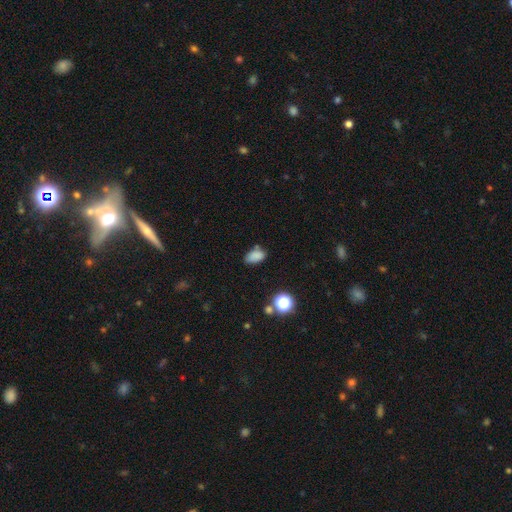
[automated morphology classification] Overall: smooth (82%). How rounded: in between (88%). Merging: none (67%).